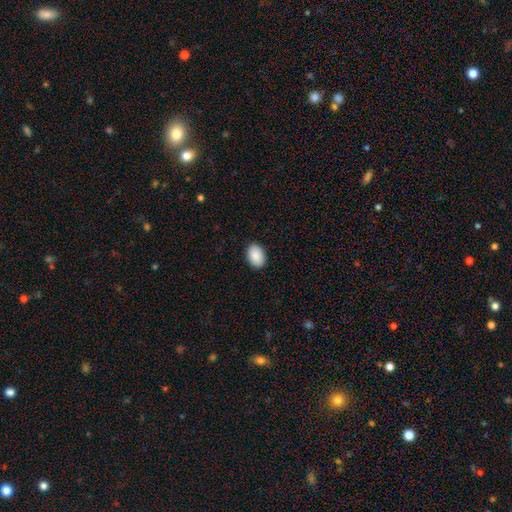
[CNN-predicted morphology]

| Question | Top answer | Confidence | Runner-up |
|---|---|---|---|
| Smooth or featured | smooth | 90% | star or artifact (7%) |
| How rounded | in between | 85% | round (14%) |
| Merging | none | 90% | minor disturbance (7%) |